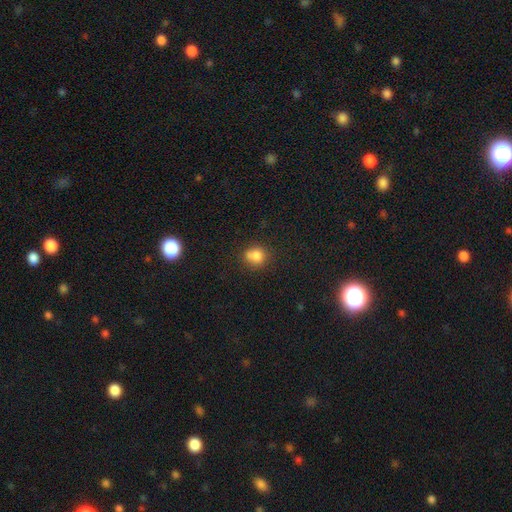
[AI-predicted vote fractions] smooth-or-featured: smooth: 80% | star or artifact: 12% | featured or disk: 8%
  how-rounded: round: 73% | in between: 26% | cigar-shaped: 1%
  merging: none: 58% | minor disturbance: 20% | merger: 16% | major disturbance: 6%